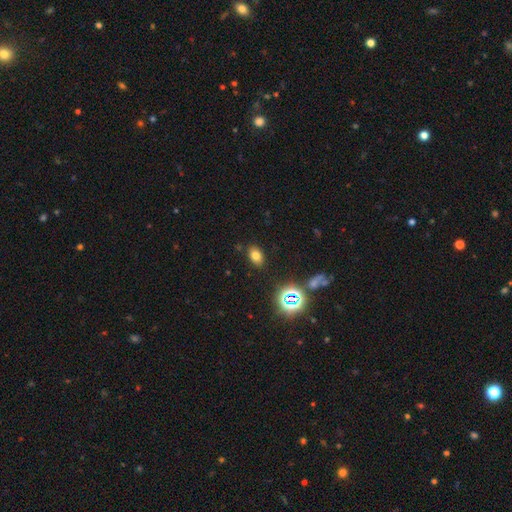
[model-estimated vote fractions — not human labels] A smooth galaxy with no disk features (71%) that is in between round and cigar-shaped (81%). Merging: none (86%).